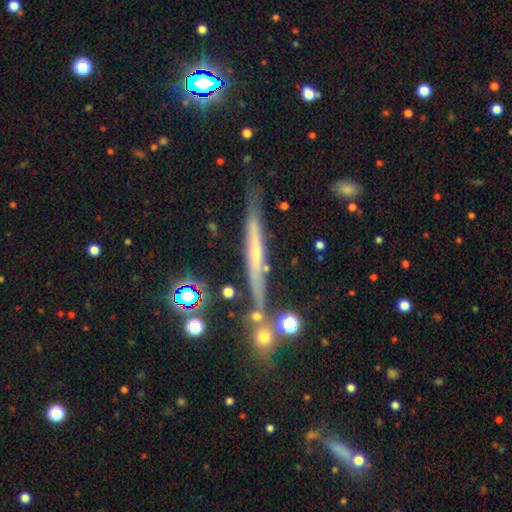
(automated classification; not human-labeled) featured or disk 64%, smooth 23%, star or artifact 14%. Down the decision tree: edge-on disk — yes (95%); edge-on bulge — none (64%); merging — none (81%).